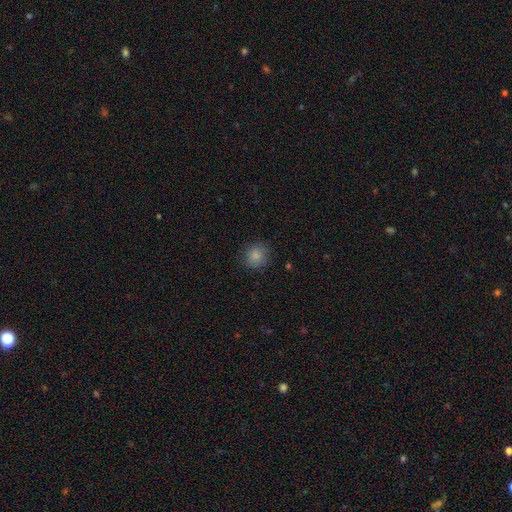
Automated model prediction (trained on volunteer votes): This is clearly a smooth galaxy (85%). How rounded: clearly round (85%). Merging: clearly none (84%).